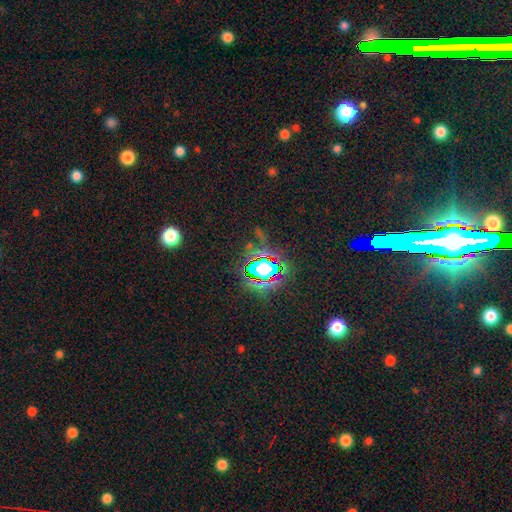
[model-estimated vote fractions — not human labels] A star or artifact, not a galaxy (84%).

Vote fractions:
- Smooth or featured? star or artifact: 84% / smooth: 9% / featured or disk: 7%